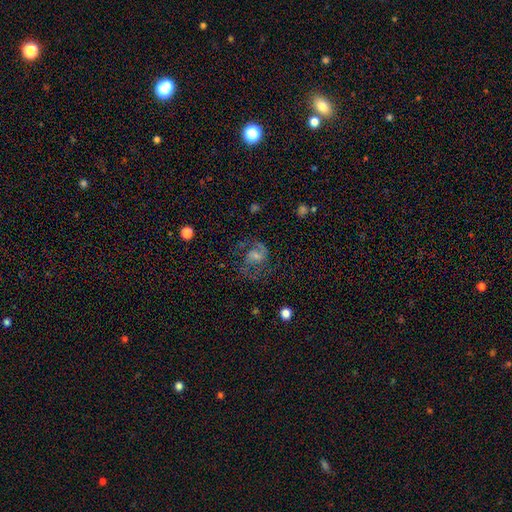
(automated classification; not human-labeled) A featured or disk galaxy (70%) with no bar (50%), 2 (71%) medium (52%) spiral arms (88%) and a small central bulge (47%).

Vote fractions:
- Smooth or featured? featured or disk: 70% / smooth: 20% / star or artifact: 11%
- Edge-on disk? no: 98% / yes: 2%
- Bar? no: 50% / weak: 40% / strong: 9%
- Spiral arms? yes: 88% / no: 12%
- Spiral winding? medium: 52% / loose: 33% / tight: 15%
- Spiral arm count? 2: 71% / 1: 11% / can't tell: 10% / 3: 4% / 4: 2% / more than 4: 2%
- Bulge size? small: 47% / moderate: 33% / none: 13% / large: 6% / dominant: 2%
- Merging? none: 52% / major disturbance: 26% / minor disturbance: 19% / merger: 3%